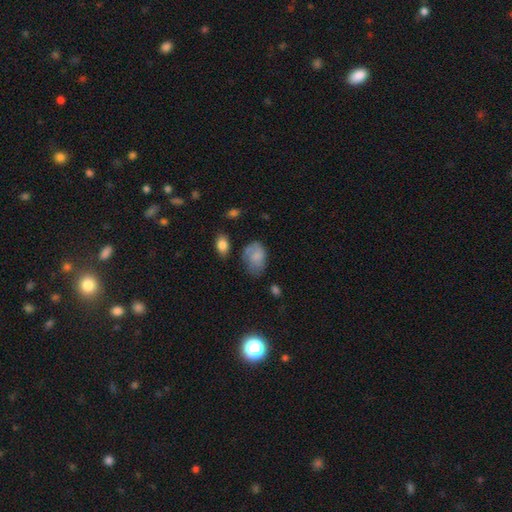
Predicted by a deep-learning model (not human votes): A smooth galaxy with no disk features (73%) that is in between round and cigar-shaped (83%).

Vote fractions:
- Smooth or featured? smooth: 73% / featured or disk: 18% / star or artifact: 9%
- How rounded? in between: 83% / round: 16% / cigar-shaped: 1%
- Merging? none: 44% / minor disturbance: 33% / major disturbance: 16% / merger: 7%